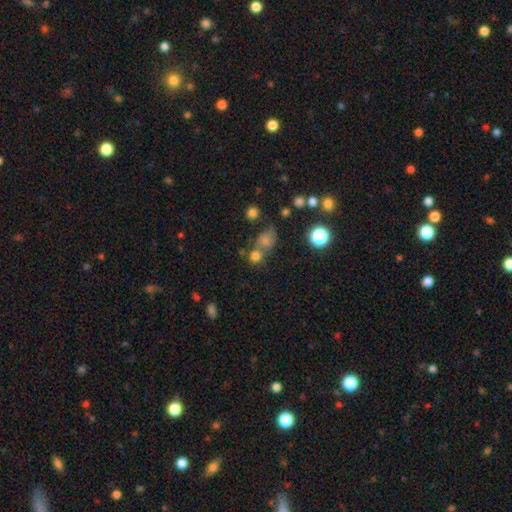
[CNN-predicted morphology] smooth-or-featured: smooth: 71% | star or artifact: 20% | featured or disk: 9%
  how-rounded: round: 75% | in between: 24% | cigar-shaped: 2%
  merging: none: 46% | merger: 38% | minor disturbance: 10% | major disturbance: 6%